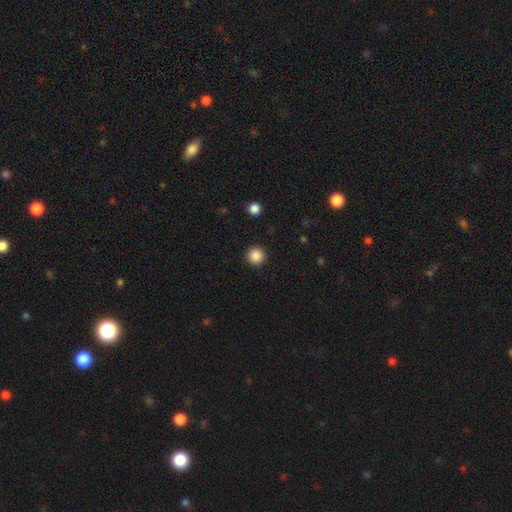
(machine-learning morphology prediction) Smooth or featured: smooth — 87% (star or artifact — 10%)
How rounded: round — 96% (in between — 3%)
Merging: none — 93% (minor disturbance — 4%)